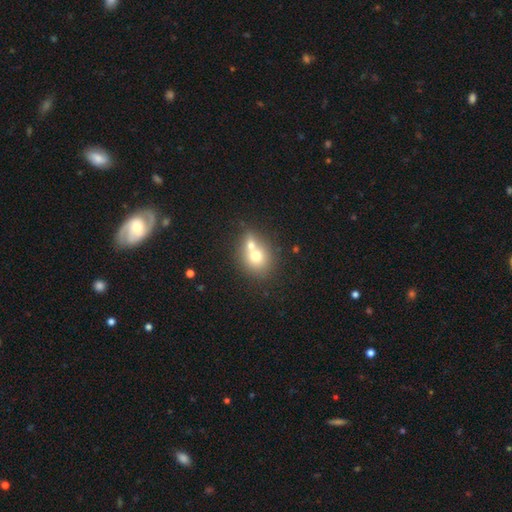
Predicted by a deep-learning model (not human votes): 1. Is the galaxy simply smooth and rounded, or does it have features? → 68% smooth, 22% featured or disk, 10% star or artifact.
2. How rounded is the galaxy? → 66% round, 33% in between, 1% cigar-shaped.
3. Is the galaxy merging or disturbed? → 61% merger, 29% none, 7% minor disturbance, 3% major disturbance.